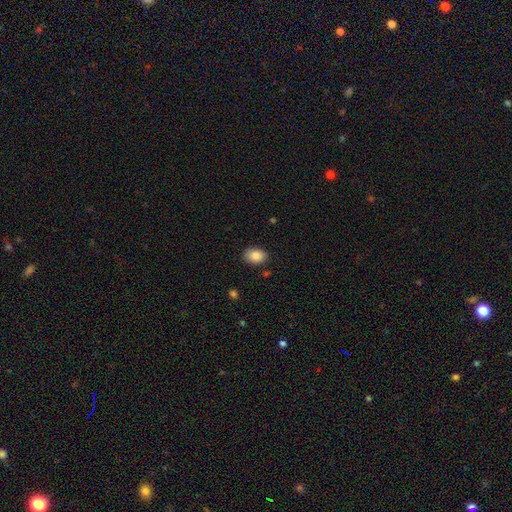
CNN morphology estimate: smooth 87%, star or artifact 8%, featured or disk 5%. Down the decision tree: how rounded — in between (79%); merging — none (86%).